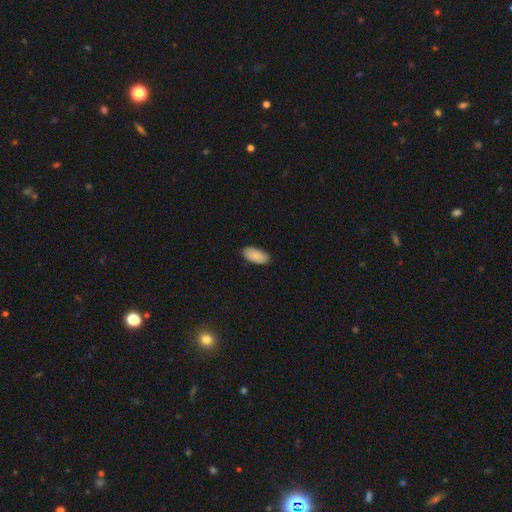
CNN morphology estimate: Smooth or featured? Predicted: smooth (p=0.88). How rounded? Predicted: in between (p=0.93). Merging? Predicted: none (p=0.88).